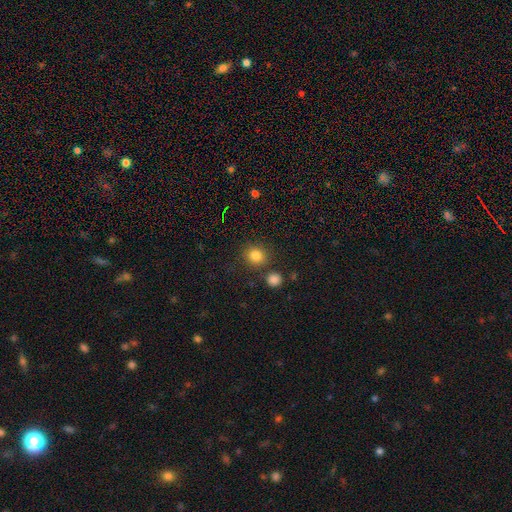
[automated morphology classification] Smooth or featured: smooth — 83% (star or artifact — 12%)
How rounded: round — 87% (in between — 12%)
Merging: none — 82% (minor disturbance — 8%)